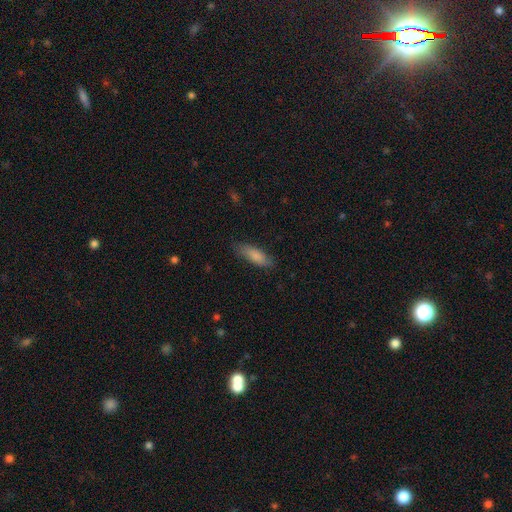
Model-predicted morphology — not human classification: Smooth or featured? Predicted: smooth (p=0.84). How rounded? Predicted: in between (p=0.57). Merging? Predicted: none (p=0.78).